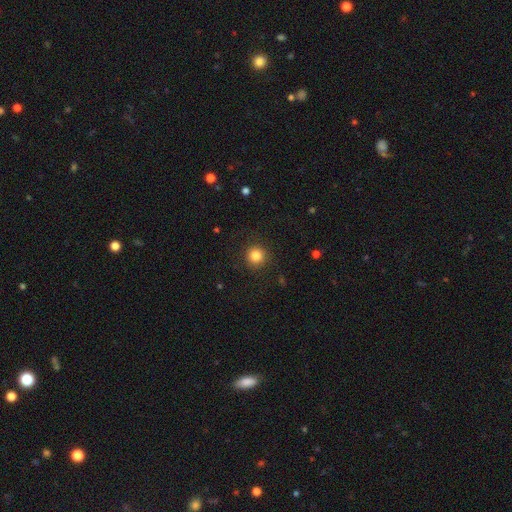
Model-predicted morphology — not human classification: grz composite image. It shows a smooth galaxy with no disk features (83%) that is round (95%). Merging: none (90%).